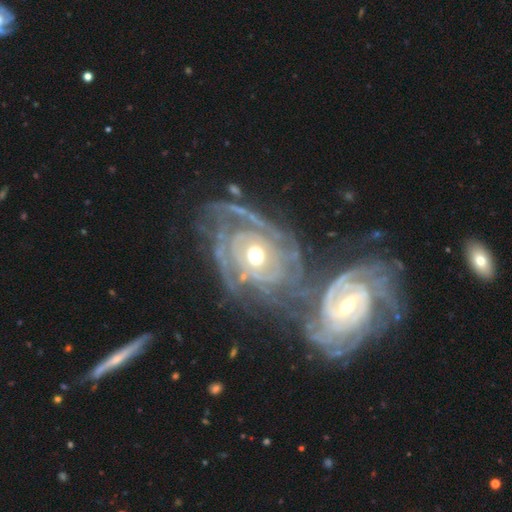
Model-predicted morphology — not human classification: featured or disk 87%, smooth 8%, star or artifact 5%. Down the decision tree: edge-on disk — no (96%); bar — no (78%); spiral arms — yes (84%); spiral arm count — can't tell (35%); spiral winding — tight (63%); bulge size — moderate (68%); merging — none (46%).